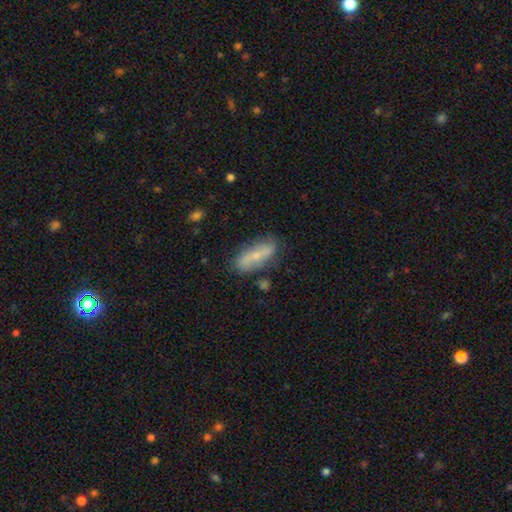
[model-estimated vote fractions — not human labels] Smooth or featured?
  - smooth: 48% *
  - featured or disk: 44%
  - star or artifact: 8%
Merging?
  - none: 75% *
  - minor disturbance: 17%
  - merger: 4%
  - major disturbance: 4%